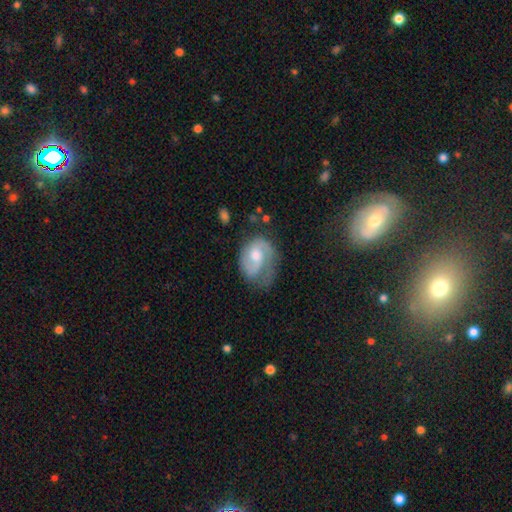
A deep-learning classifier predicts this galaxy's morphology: A featured or disk galaxy (74%) with no bar (55%), 2 (59%) medium (44%) spiral arms (92%) and a moderate central bulge (61%).

Vote fractions:
- Smooth or featured? featured or disk: 74% / smooth: 19% / star or artifact: 7%
- Edge-on disk? no: 97% / yes: 3%
- Bar? no: 55% / weak: 38% / strong: 7%
- Spiral arms? yes: 92% / no: 8%
- Spiral winding? medium: 44% / tight: 35% / loose: 21%
- Spiral arm count? 2: 59% / 1: 27% / can't tell: 10% / 3: 2% / 4: 1% / more than 4: 1%
- Bulge size? moderate: 61% / small: 25% / large: 9% / none: 4% / dominant: 1%
- Merging? none: 50% / minor disturbance: 27% / major disturbance: 20% / merger: 2%